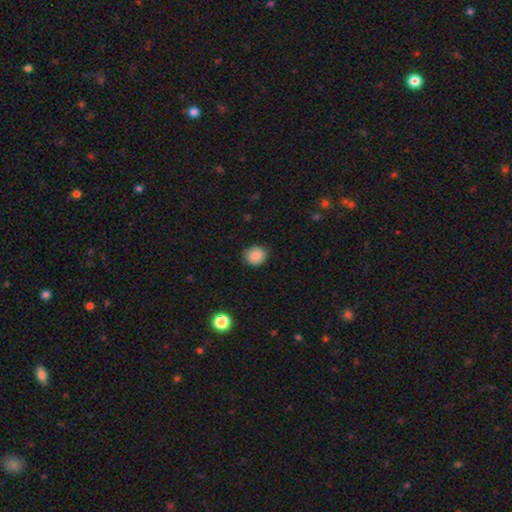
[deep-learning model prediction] Morphology: type=smooth (87%); roundness=round (73%); merging=none (82%).